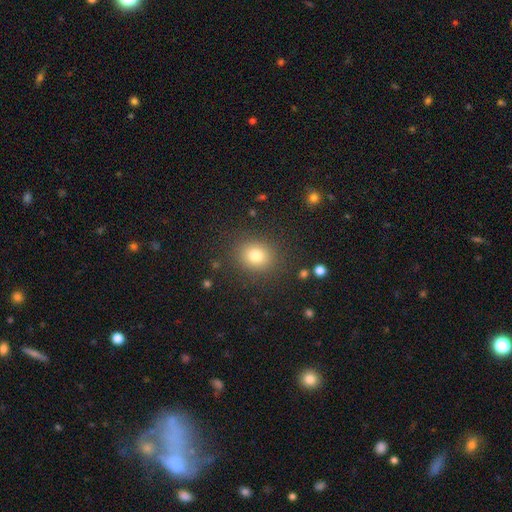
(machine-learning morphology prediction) Smooth or featured? smooth (78%)
How rounded? round (73%)
Merging? none (87%)